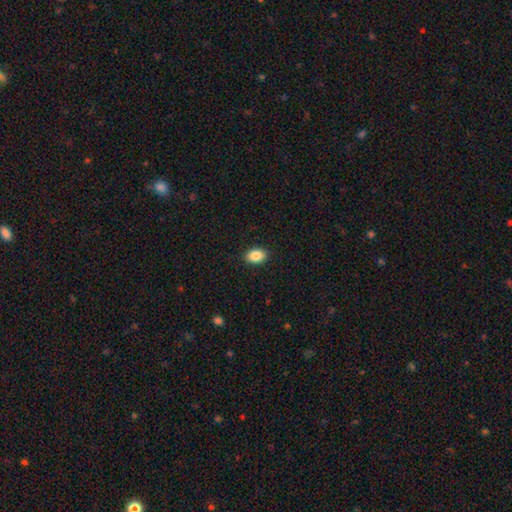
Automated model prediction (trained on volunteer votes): The model was most divided on "how rounded": in between: 81%, round: 18%, cigar-shaped: 1%. More confident: merging — none (91%); smooth or featured — smooth (88%).